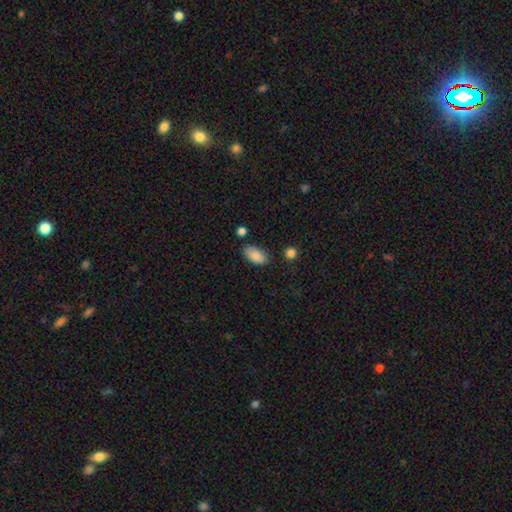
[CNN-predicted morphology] Q: Smooth or featured?
A: smooth (88%); runner-up: star or artifact (7%)
Q: How rounded?
A: in between (93%); runner-up: round (3%)
Q: Merging?
A: none (76%); runner-up: minor disturbance (16%)